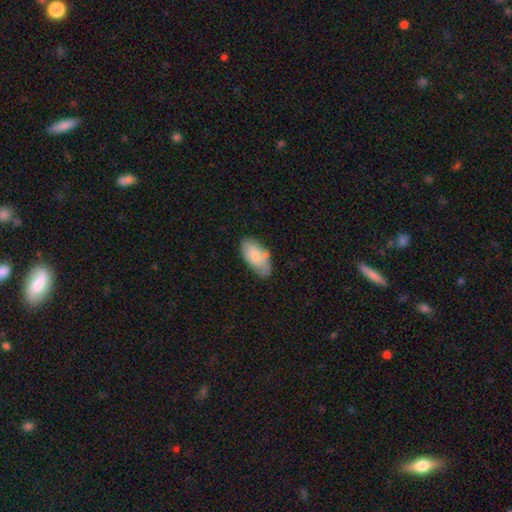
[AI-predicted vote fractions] This is likely a smooth galaxy (75%). How rounded: clearly in between (95%). Merging: possibly none (60%).